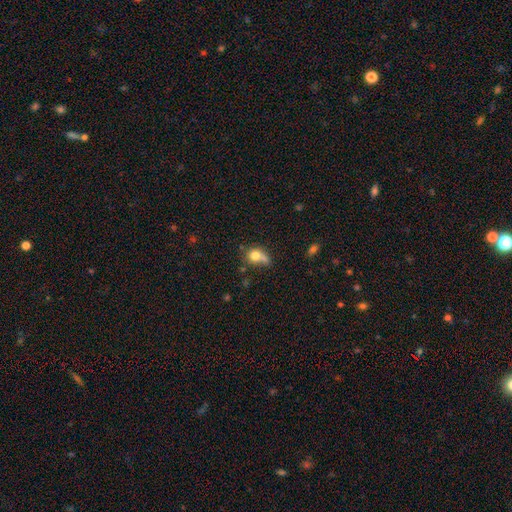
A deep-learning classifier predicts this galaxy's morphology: type=smooth (75%); roundness=round (61%); merging=none (37%).